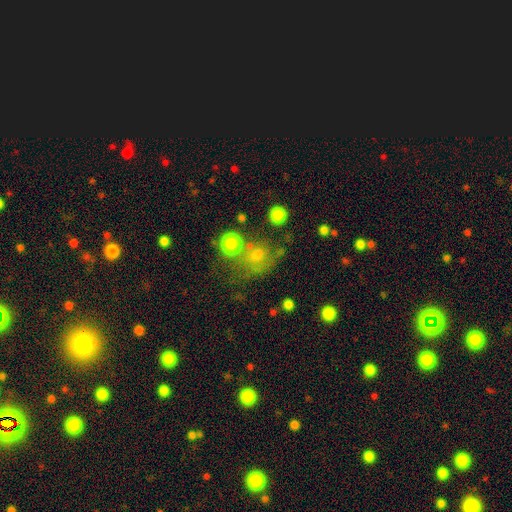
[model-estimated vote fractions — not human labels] Smooth or featured? Predicted: smooth (p=0.65). How rounded? Predicted: round (p=0.72). Merging? Predicted: none (p=0.50).